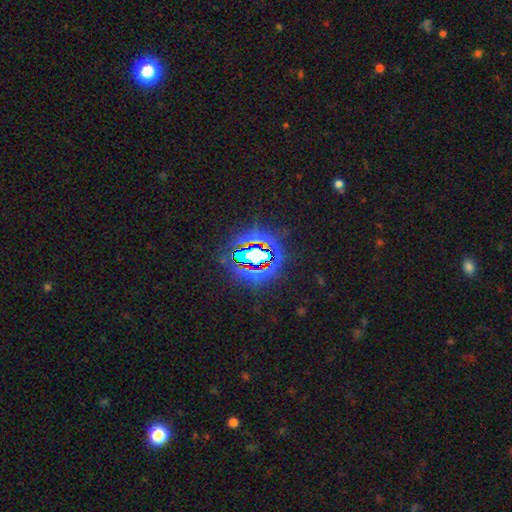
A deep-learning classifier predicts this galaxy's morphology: This appears to be a star or artifact, not a galaxy (73%).